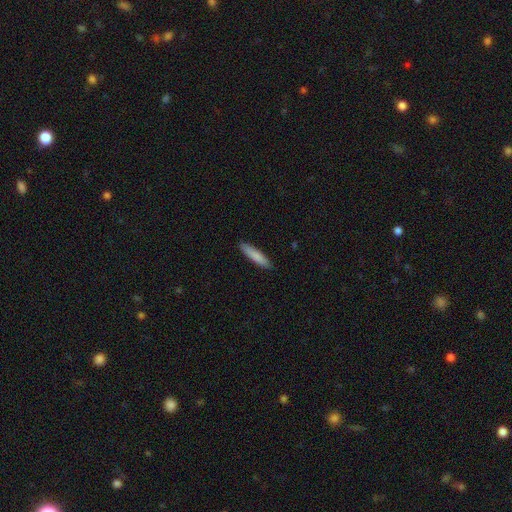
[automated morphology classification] Smooth or featured? Predicted: smooth (p=0.84). How rounded? Predicted: cigar-shaped (p=0.84). Merging? Predicted: none (p=0.89).